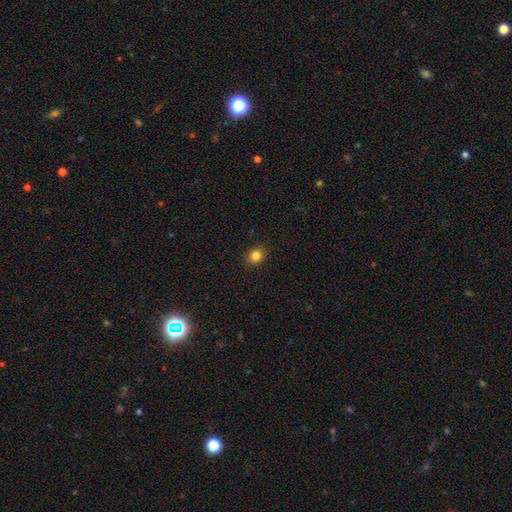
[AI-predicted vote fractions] Overall: smooth (83%). How rounded: round (62%; in between 37%). Merging: none (90%).